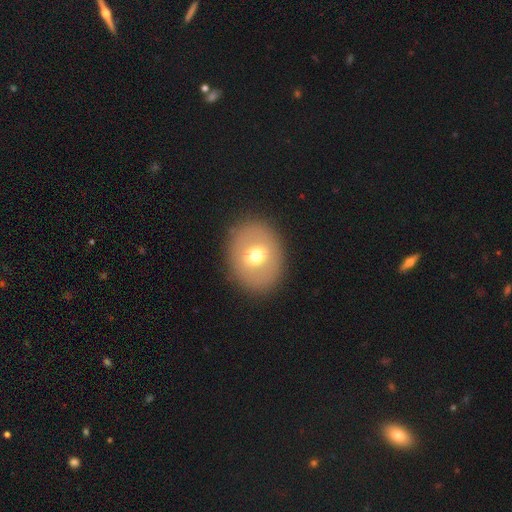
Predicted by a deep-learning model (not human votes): smooth_or_featured: smooth (p=0.59) [alt: featured or disk p=0.31]
how_rounded: round (p=0.56) [alt: in between p=0.43]
merging: none (p=0.87) [alt: minor disturbance p=0.07]